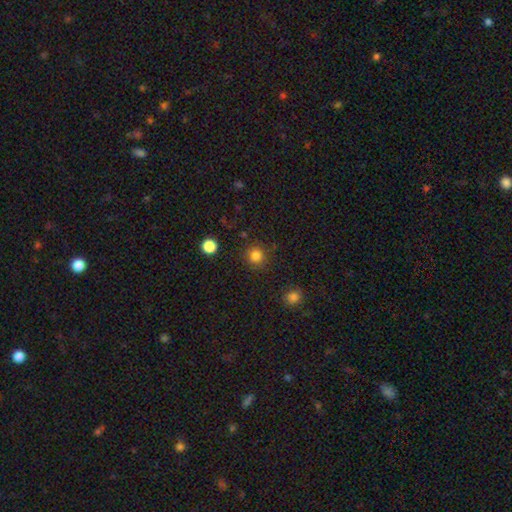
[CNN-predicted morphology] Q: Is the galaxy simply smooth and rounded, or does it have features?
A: smooth — 83%.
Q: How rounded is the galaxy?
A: round — 93%.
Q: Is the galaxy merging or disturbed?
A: none — 89%.